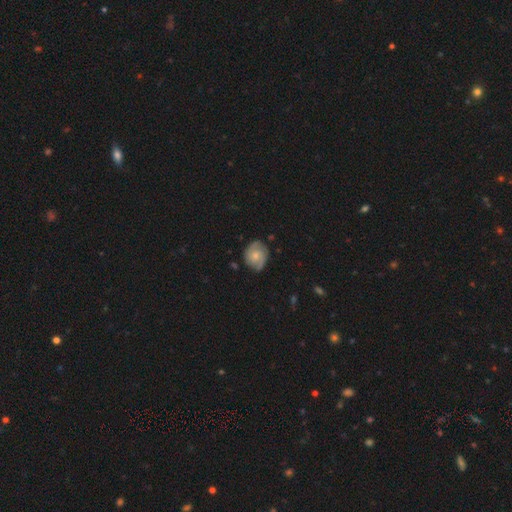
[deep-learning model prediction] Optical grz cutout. It shows a featured or disk galaxy (59%) with no bar (74%), spiral arms (87%) and a small central bulge (51%). Merging: none (73%).